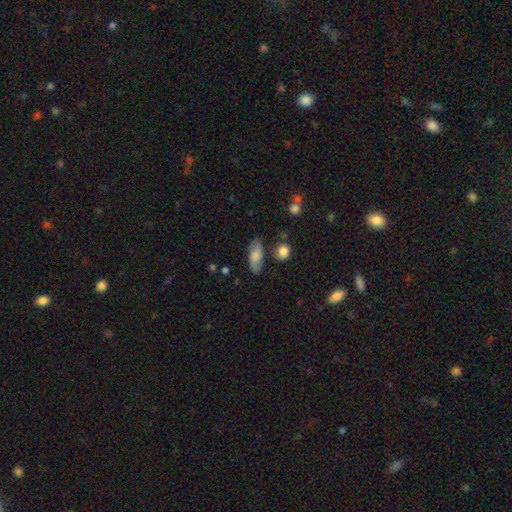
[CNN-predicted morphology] A smooth galaxy with no disk features (57%) that is in between round and cigar-shaped (78%). Merging: none (75%).